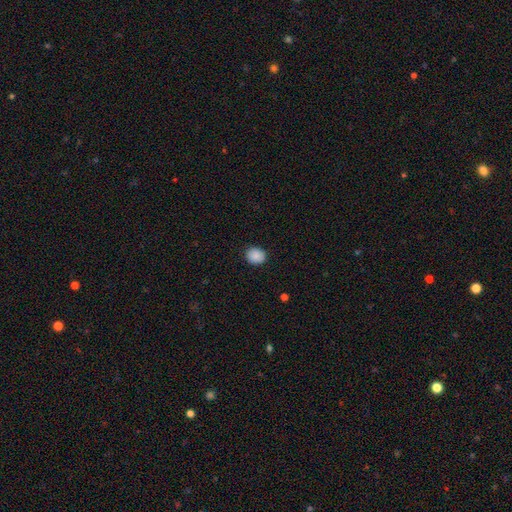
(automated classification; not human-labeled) Smooth or featured: smooth — 89% (star or artifact — 8%)
How rounded: round — 65% (in between — 34%)
Merging: none — 90% (minor disturbance — 7%)